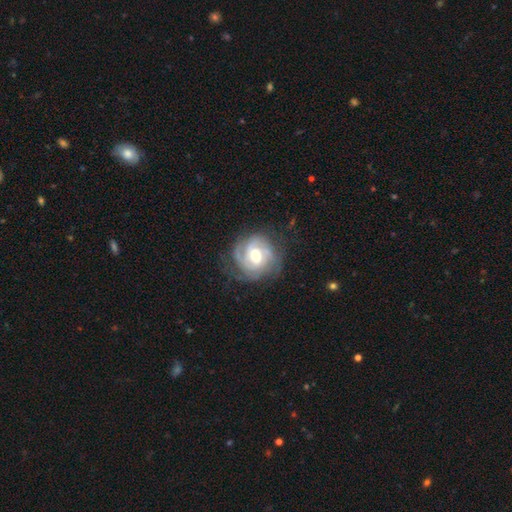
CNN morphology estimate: This appears to be a featured or disk galaxy (82%) with no bar (45%), 3 (30%) tight (64%) spiral arms (95%) and a moderate central bulge (67%). Merging: none (71%).